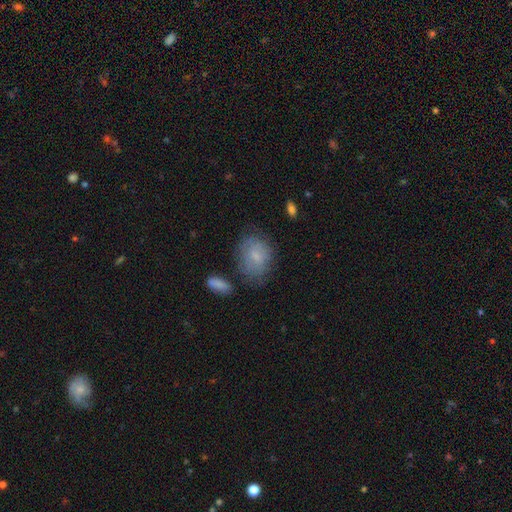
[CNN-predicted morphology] smooth 70%, featured or disk 21%, star or artifact 9%. Down the decision tree: how rounded — in between (60%); merging — none (61%).